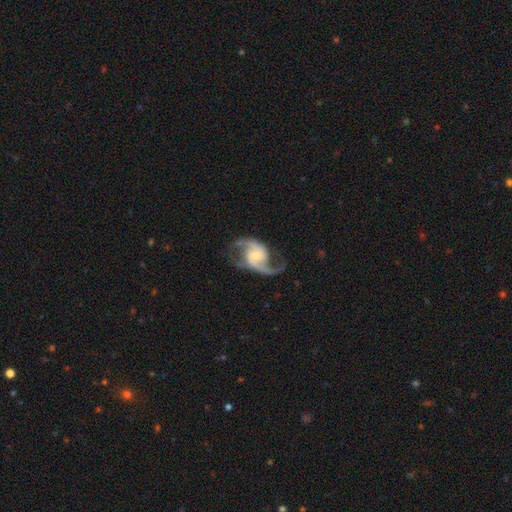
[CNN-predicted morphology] smooth_or_featured: featured or disk (p=0.91) [alt: star or artifact p=0.04]
disk_edge_on: no (p=0.98) [alt: yes p=0.02]
bar: weak (p=0.43) [tied with: no p=0.43]
has_spiral_arms: yes (p=0.98) [alt: no p=0.02]
spiral_winding: loose (p=0.47) [alt: medium p=0.45]
spiral_arm_count: 2 (p=0.92) [alt: 1 p=0.02]
bulge_size: small (p=0.55) [alt: moderate p=0.37]
merging: none (p=0.72) [alt: minor disturbance p=0.15]